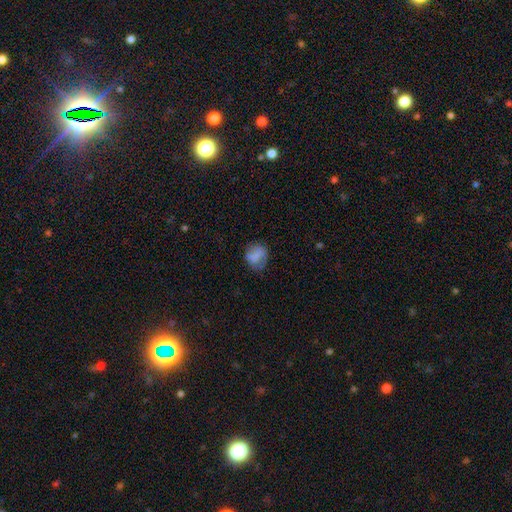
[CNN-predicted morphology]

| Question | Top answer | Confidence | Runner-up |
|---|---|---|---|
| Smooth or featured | smooth | 69% | featured or disk (21%) |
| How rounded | round | 60% | in between (38%) |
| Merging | none | 58% | minor disturbance (26%) |